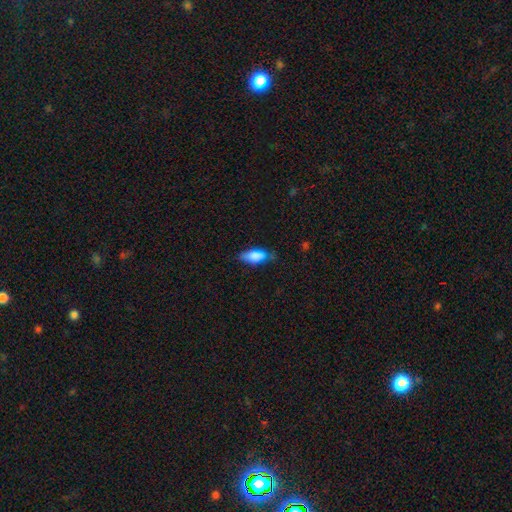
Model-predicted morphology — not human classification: smooth 75%, featured or disk 15%, star or artifact 9%. Down the decision tree: how rounded — in between (79%); merging — none (63%).